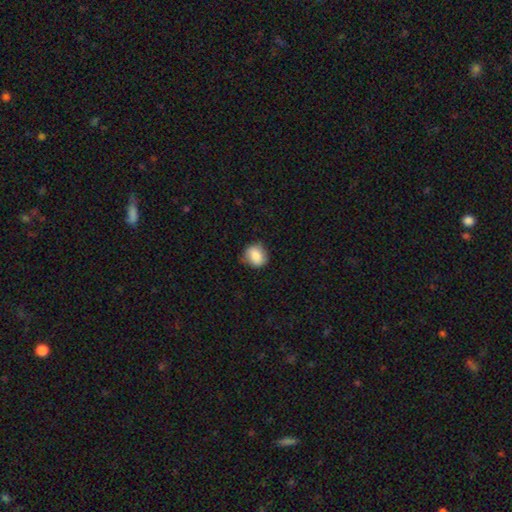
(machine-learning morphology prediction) This appears to be a smooth galaxy with no disk features (84%) that is round (65%). Merging: none (74%).